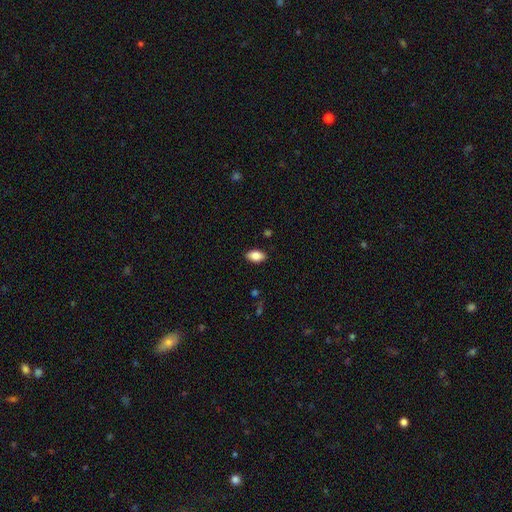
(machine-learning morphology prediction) This is clearly a smooth galaxy (85%). How rounded: clearly in between (92%). Merging: clearly none (87%).